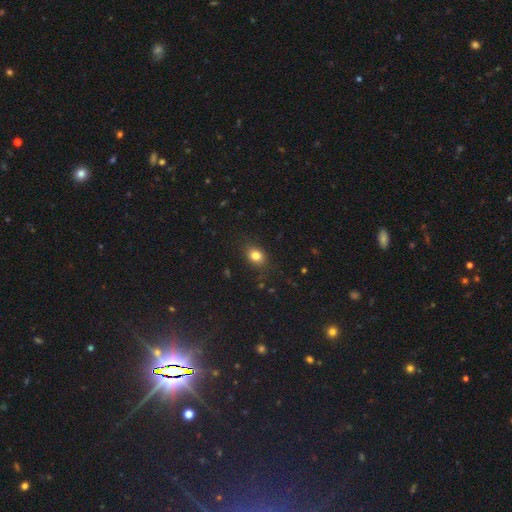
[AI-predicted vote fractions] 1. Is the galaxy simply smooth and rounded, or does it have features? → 81% smooth, 12% star or artifact, 8% featured or disk.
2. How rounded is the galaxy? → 57% in between, 41% round, 2% cigar-shaped.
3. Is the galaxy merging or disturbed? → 81% none, 14% minor disturbance, 4% major disturbance, 1% merger.